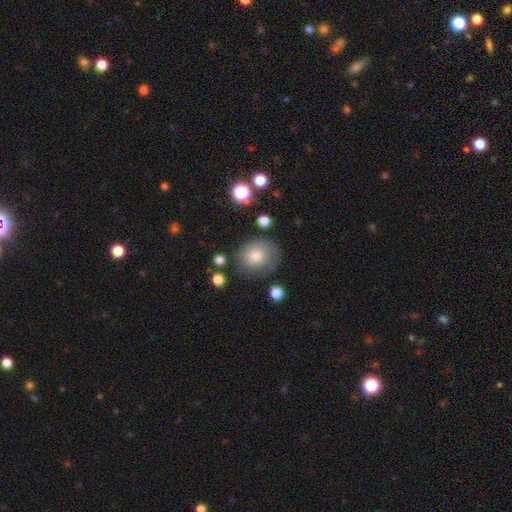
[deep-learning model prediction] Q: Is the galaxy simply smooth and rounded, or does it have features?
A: smooth — 76%.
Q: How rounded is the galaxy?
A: round — 69%.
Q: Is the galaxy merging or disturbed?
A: none — 70%.